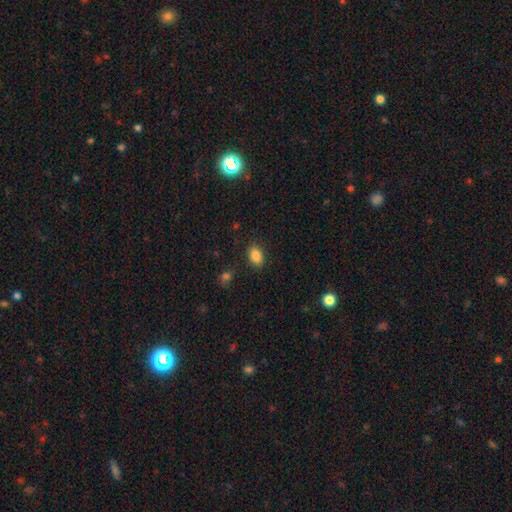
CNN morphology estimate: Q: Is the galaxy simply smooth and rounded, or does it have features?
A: smooth — 86%.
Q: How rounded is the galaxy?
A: in between — 84%.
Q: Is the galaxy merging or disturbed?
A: none — 86%.